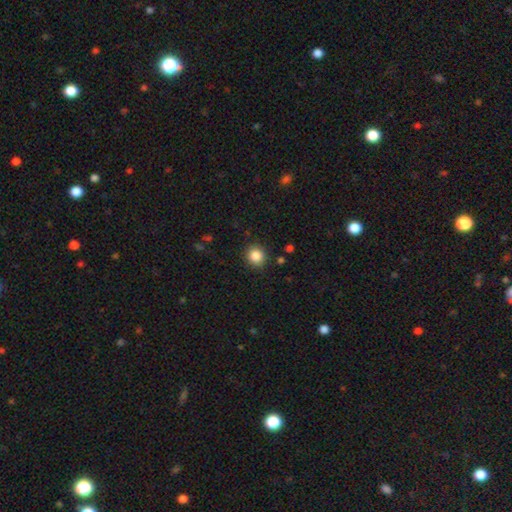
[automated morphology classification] smooth 86%, star or artifact 10%, featured or disk 4%. Down the decision tree: how rounded — round (88%); merging — none (89%).